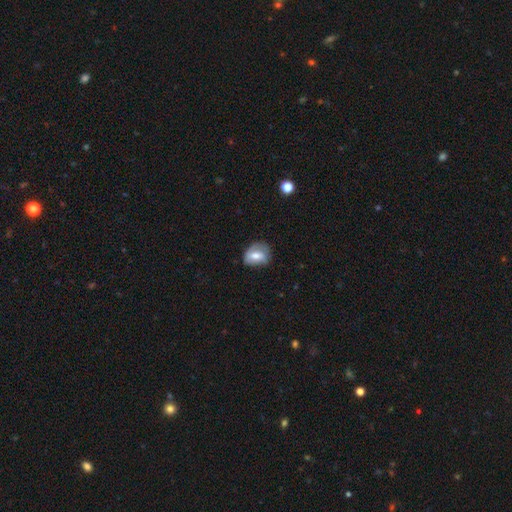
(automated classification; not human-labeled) A smooth galaxy with no disk features (59%) that is in between round and cigar-shaped (65%). Merging: none (55%).